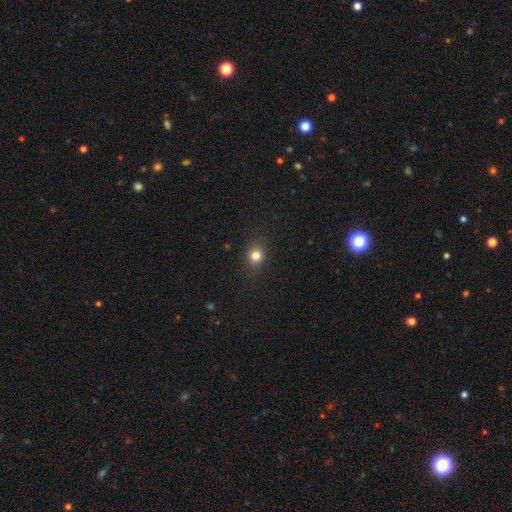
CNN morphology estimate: Overall: smooth (81%). How rounded: round (74%). Merging: none (87%).